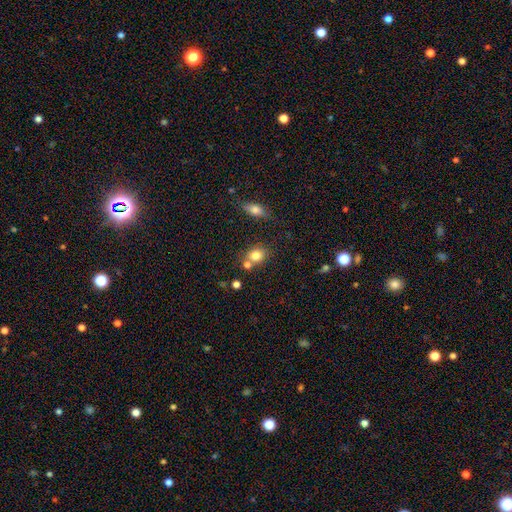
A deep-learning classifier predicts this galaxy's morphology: Smooth or featured? smooth (78%)
How rounded? round (55%)
Merging? none (57%)